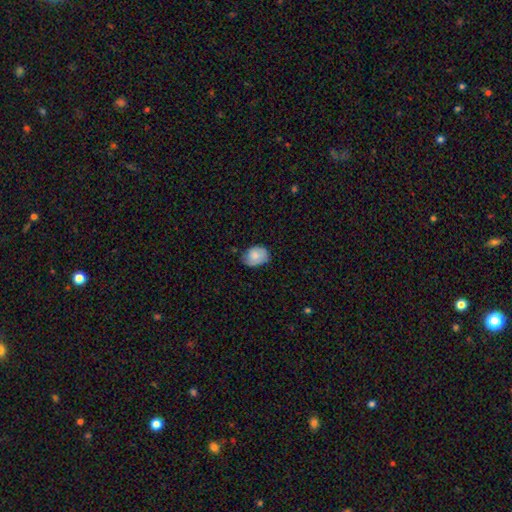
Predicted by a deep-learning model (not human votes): Smooth or featured?
  - smooth: 76% *
  - featured or disk: 17%
  - star or artifact: 7%
How rounded?
  - in between: 70% *
  - round: 29%
  - cigar-shaped: 1%
Merging?
  - none: 65% *
  - minor disturbance: 29%
  - major disturbance: 5%
  - merger: 1%